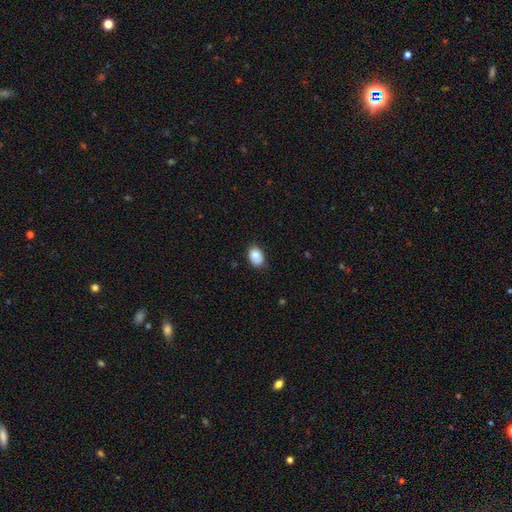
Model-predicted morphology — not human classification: Overall: smooth (85%). How rounded: in between (76%). Merging: none (68%).